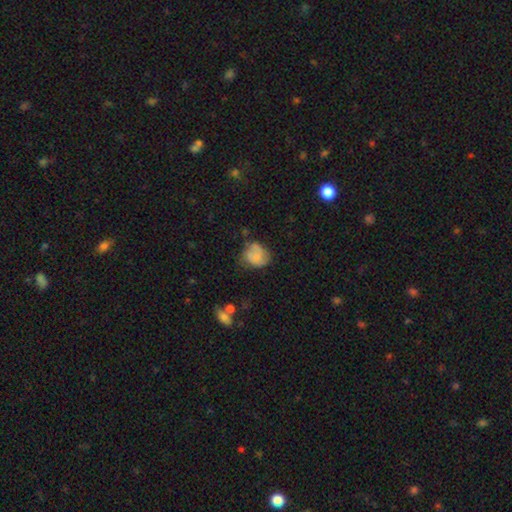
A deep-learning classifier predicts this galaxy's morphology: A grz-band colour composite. It shows a smooth galaxy with no disk features (69%) that is round (63%). Merging: none (44%).